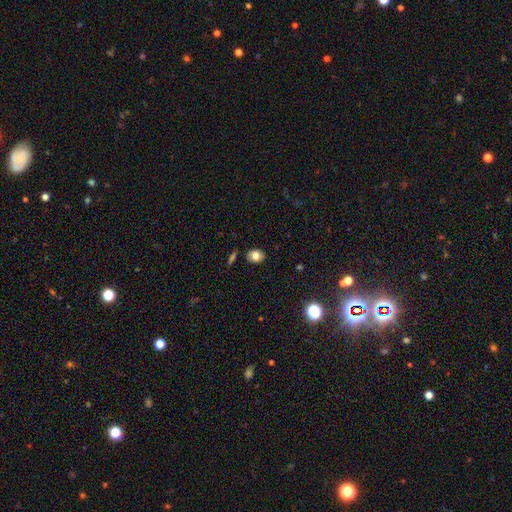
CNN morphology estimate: Q: Smooth or featured?
A: smooth (79%); runner-up: featured or disk (11%)
Q: How rounded?
A: in between (56%); runner-up: round (43%)
Q: Merging?
A: none (86%); runner-up: minor disturbance (10%)